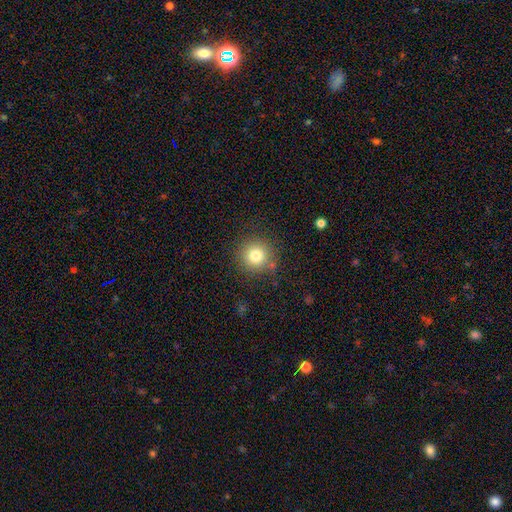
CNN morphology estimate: Q: Smooth or featured?
A: smooth (80%); runner-up: star or artifact (12%)
Q: How rounded?
A: round (95%); runner-up: in between (5%)
Q: Merging?
A: none (86%); runner-up: minor disturbance (9%)